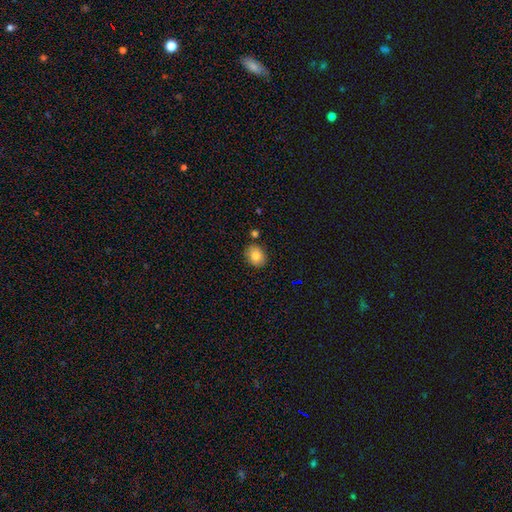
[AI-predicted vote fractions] A smooth galaxy with no disk features (82%) that is round (59%). Merging: none (84%).